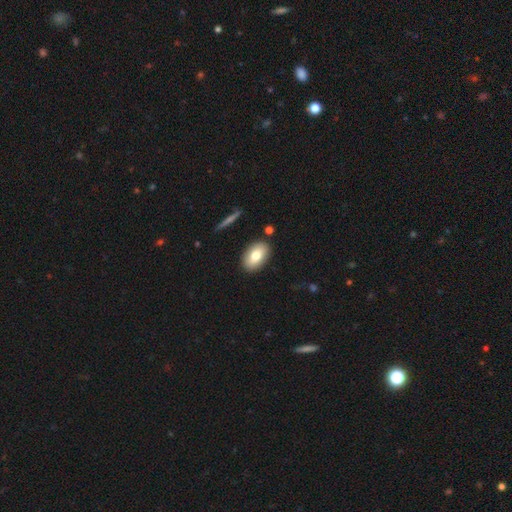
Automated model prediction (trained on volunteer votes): This is likely a smooth galaxy (76%). How rounded: clearly in between (90%). Merging: clearly none (87%).